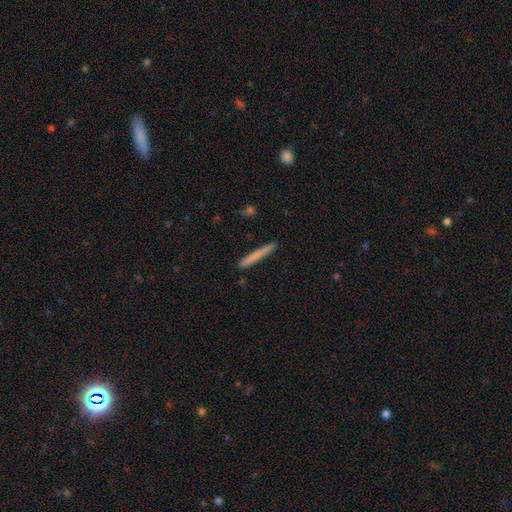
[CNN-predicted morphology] Smooth or featured?
  - smooth: 72% *
  - featured or disk: 23%
  - star or artifact: 6%
How rounded?
  - cigar-shaped: 97% *
  - in between: 2%
  - round: 1%
Merging?
  - none: 91% *
  - minor disturbance: 6%
  - major disturbance: 1%
  - merger: 1%